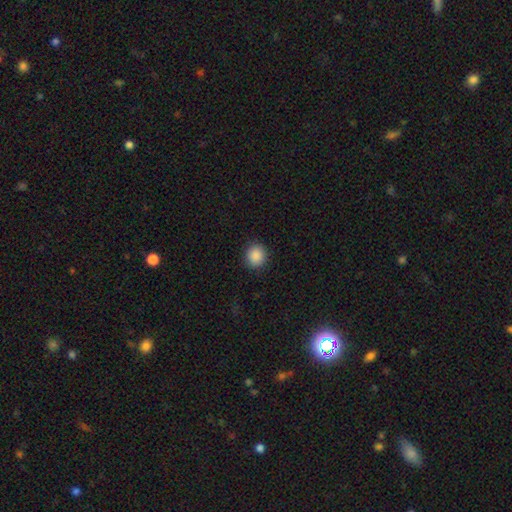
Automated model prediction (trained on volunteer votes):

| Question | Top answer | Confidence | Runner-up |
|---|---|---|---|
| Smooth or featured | smooth | 89% | star or artifact (9%) |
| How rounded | round | 89% | in between (11%) |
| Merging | none | 91% | minor disturbance (6%) |